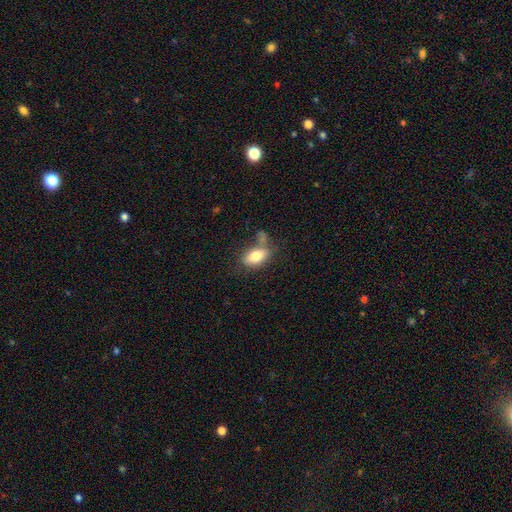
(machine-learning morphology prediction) smooth-or-featured: smooth: 76% | featured or disk: 16% | star or artifact: 8%
  how-rounded: in between: 88% | cigar-shaped: 6% | round: 6%
  merging: none: 50% | minor disturbance: 20% | merger: 20% | major disturbance: 10%